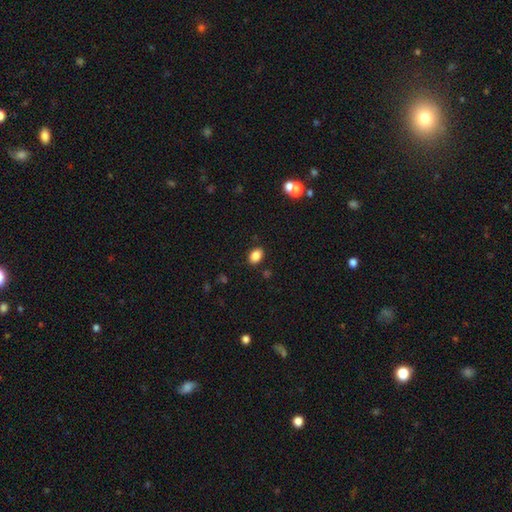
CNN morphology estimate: This is clearly a smooth galaxy (85%). How rounded: likely in between (79%). Merging: clearly none (87%).